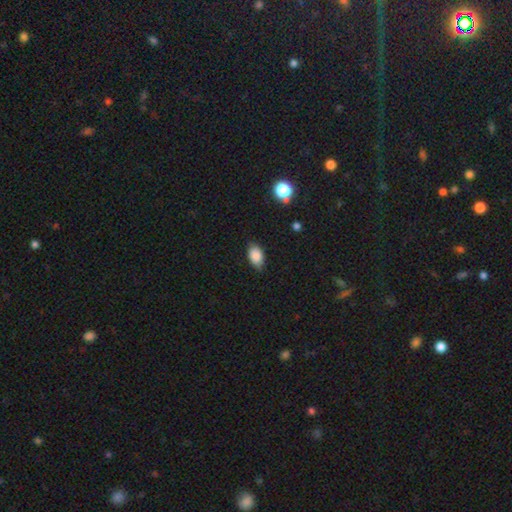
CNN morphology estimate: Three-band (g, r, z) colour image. It shows a smooth galaxy with no disk features (86%) that is in between round and cigar-shaped (90%). Merging: none (80%).